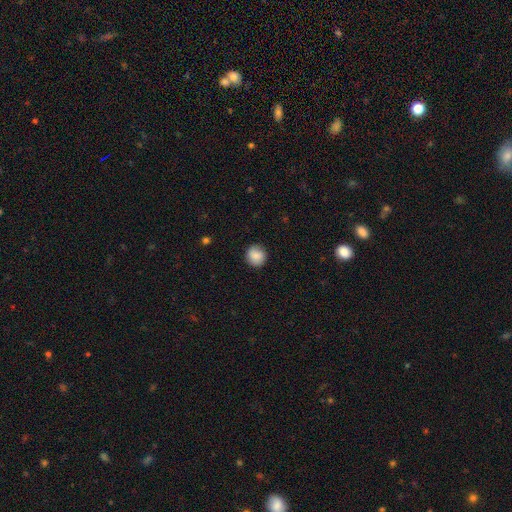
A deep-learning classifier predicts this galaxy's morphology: The model was most divided on "smooth or featured": smooth: 86%, star or artifact: 8%, featured or disk: 6%. More confident: how rounded — round (93%); merging — none (89%).